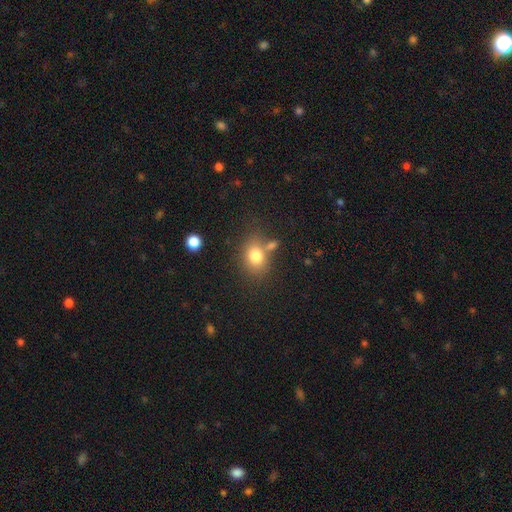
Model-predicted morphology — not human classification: This appears to be a smooth galaxy with no disk features (79%) that is in between round and cigar-shaped (57%). Merging: none (61%).